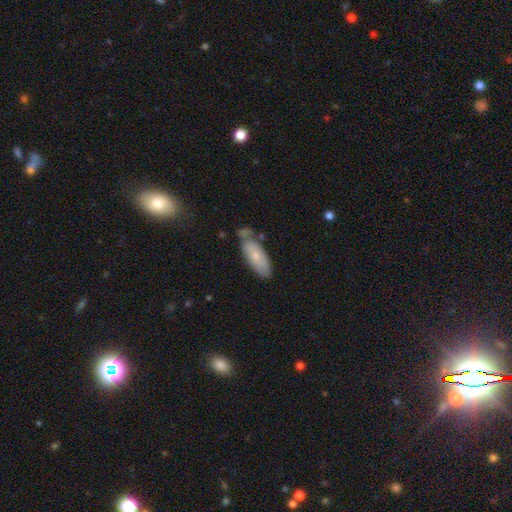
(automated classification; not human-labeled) Q: Smooth or featured?
A: smooth (71%); runner-up: featured or disk (23%)
Q: How rounded?
A: in between (74%); runner-up: cigar-shaped (24%)
Q: Merging?
A: none (56%); runner-up: minor disturbance (26%)